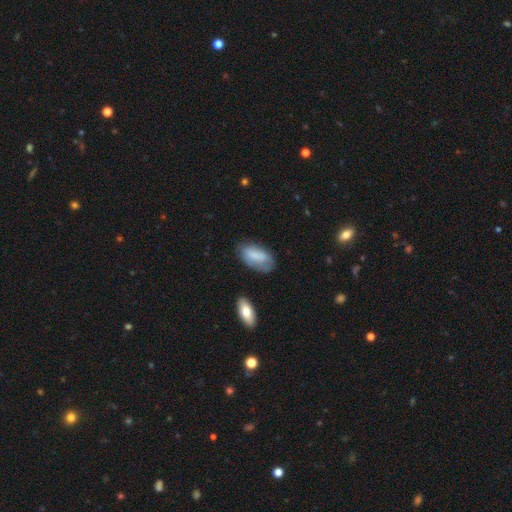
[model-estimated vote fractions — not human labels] smooth-or-featured: smooth: 77% | featured or disk: 16% | star or artifact: 7%
  how-rounded: in between: 91% | cigar-shaped: 6% | round: 3%
  merging: none: 59% | minor disturbance: 28% | major disturbance: 9% | merger: 4%